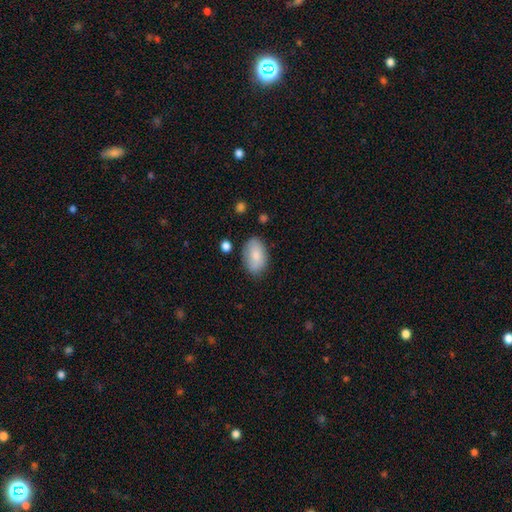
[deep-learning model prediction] Smooth or featured: smooth — 82% (featured or disk — 12%)
How rounded: in between — 92% (round — 7%)
Merging: none — 77% (minor disturbance — 17%)